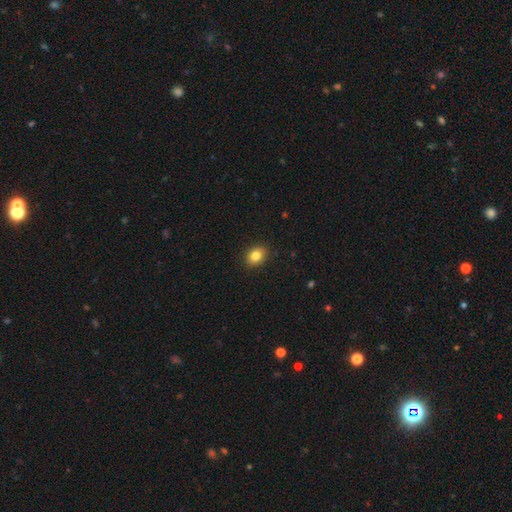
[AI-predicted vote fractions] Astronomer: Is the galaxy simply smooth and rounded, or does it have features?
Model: smooth — 84%.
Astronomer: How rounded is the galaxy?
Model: in between — 60% (runner-up: round, 39%).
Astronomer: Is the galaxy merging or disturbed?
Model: none — 90%.